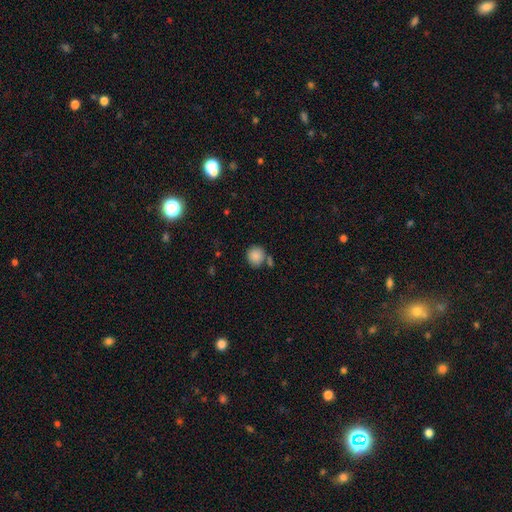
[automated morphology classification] This is clearly a smooth galaxy (87%). How rounded: clearly round (87%). Merging: likely none (67%).